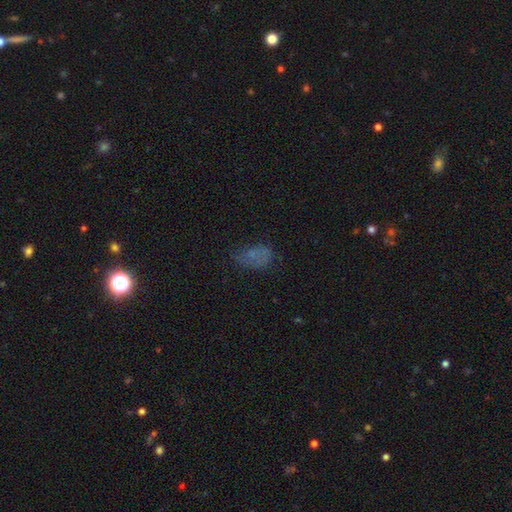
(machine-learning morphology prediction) Smooth or featured? Predicted: smooth (p=0.55). How rounded? Predicted: in between (p=0.87). Merging? Predicted: none (p=0.49).